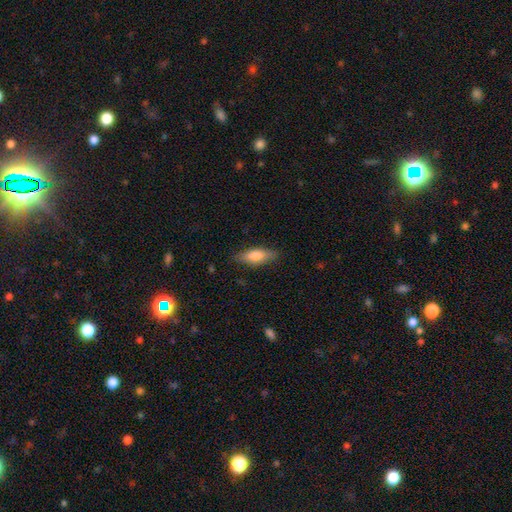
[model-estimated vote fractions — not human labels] Q: Smooth or featured?
A: smooth (75%); runner-up: featured or disk (18%)
Q: How rounded?
A: in between (65%); runner-up: cigar-shaped (33%)
Q: Merging?
A: none (83%); runner-up: minor disturbance (13%)